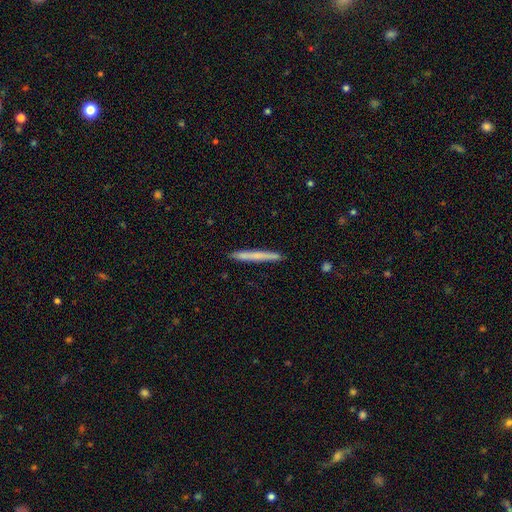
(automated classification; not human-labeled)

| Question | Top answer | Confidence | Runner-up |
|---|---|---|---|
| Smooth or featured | smooth | 65% | featured or disk (29%) |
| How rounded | cigar-shaped | 97% | in between (2%) |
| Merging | none | 91% | minor disturbance (6%) |